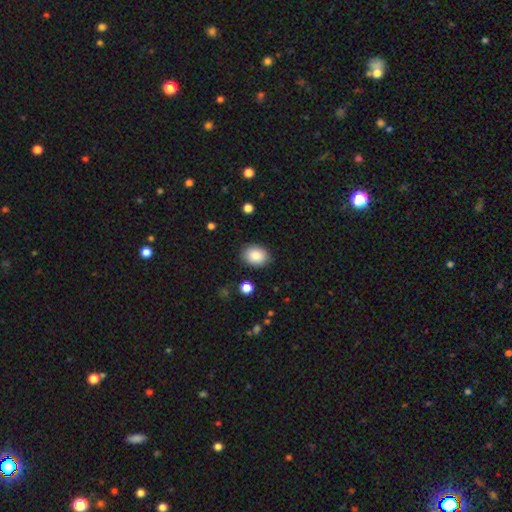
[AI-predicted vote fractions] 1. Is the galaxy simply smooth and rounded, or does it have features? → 86% smooth, 8% star or artifact, 6% featured or disk.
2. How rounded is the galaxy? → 60% in between, 39% round, 1% cigar-shaped.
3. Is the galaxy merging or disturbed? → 87% none, 9% minor disturbance, 3% major disturbance, 1% merger.